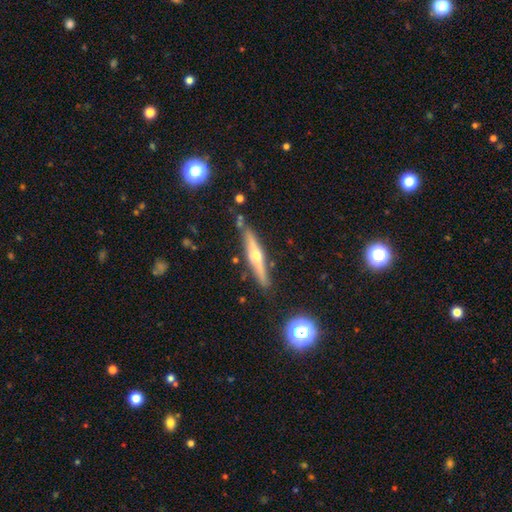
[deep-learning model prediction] A featured or disk galaxy (67%) viewed edge-on (96%) with a rounded central bulge (90%).

Vote fractions:
- Smooth or featured? featured or disk: 67% / smooth: 26% / star or artifact: 7%
- Edge-on disk? yes: 96% / no: 4%
- Edge-on bulge? rounded: 90% / none: 6% / boxy: 3%
- Merging? none: 83% / minor disturbance: 11% / merger: 3% / major disturbance: 2%